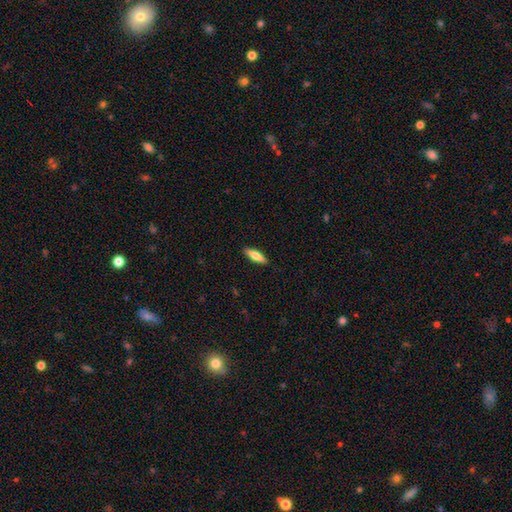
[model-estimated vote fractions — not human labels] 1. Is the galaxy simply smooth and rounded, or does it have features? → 74% smooth, 21% featured or disk, 6% star or artifact.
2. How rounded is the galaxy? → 51% cigar-shaped, 47% in between, 2% round.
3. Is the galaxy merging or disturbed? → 89% none, 8% minor disturbance, 2% major disturbance, 1% merger.